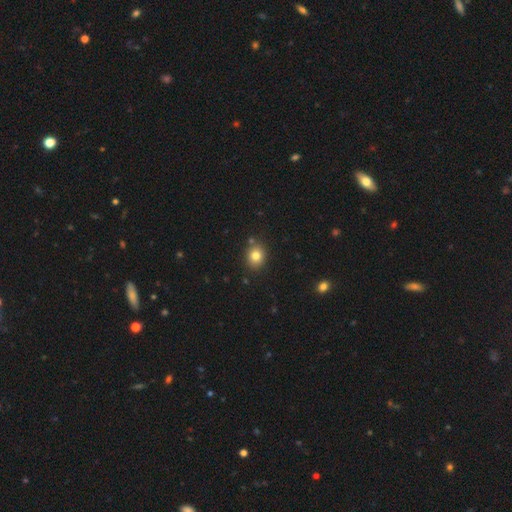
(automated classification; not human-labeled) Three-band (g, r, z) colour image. It shows a smooth galaxy with no disk features (80%) that is round (66%). Merging: none (83%).